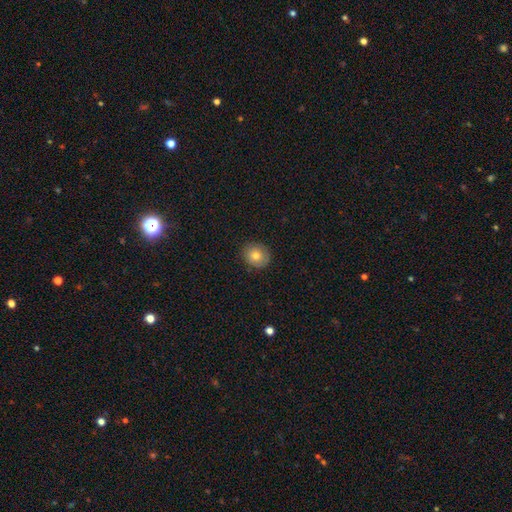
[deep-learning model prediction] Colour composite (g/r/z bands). It shows a smooth galaxy with no disk features (77%) that is round (81%). Merging: none (87%).